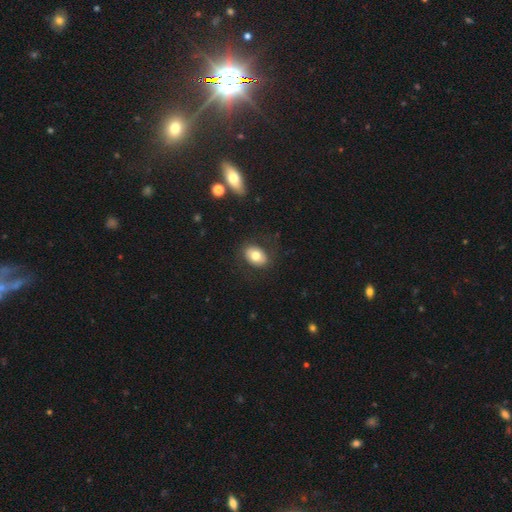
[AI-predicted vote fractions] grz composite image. It shows a smooth galaxy with no disk features (75%) that is in between round and cigar-shaped (79%). Merging: none (83%).